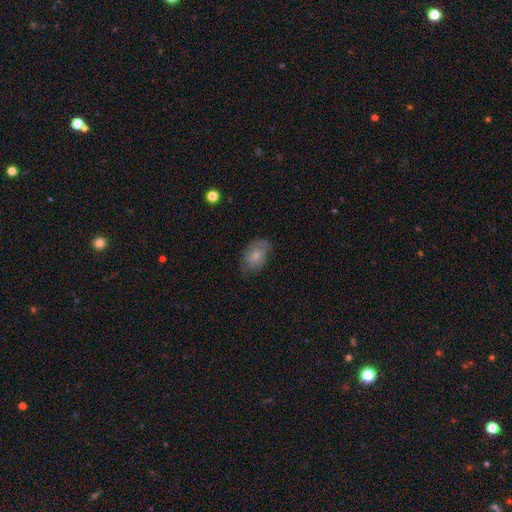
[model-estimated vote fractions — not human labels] Morphology: type=smooth (62%); roundness=in between (83%); merging=none (66%).